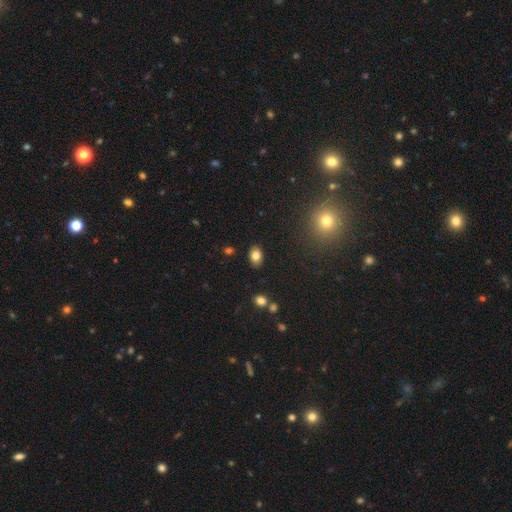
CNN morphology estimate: A smooth galaxy with no disk features (81%) that is in between round and cigar-shaped (80%). Merging: none (86%).